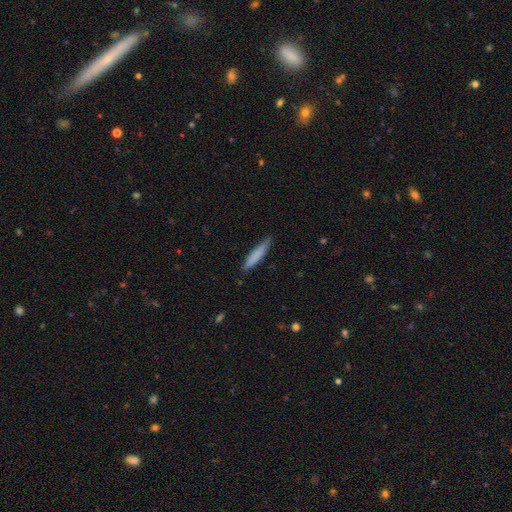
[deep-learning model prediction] The model was most divided on "merging": none: 79%, minor disturbance: 17%, major disturbance: 2%, merger: 1%. More confident: how rounded — cigar-shaped (88%); smooth or featured — smooth (79%).